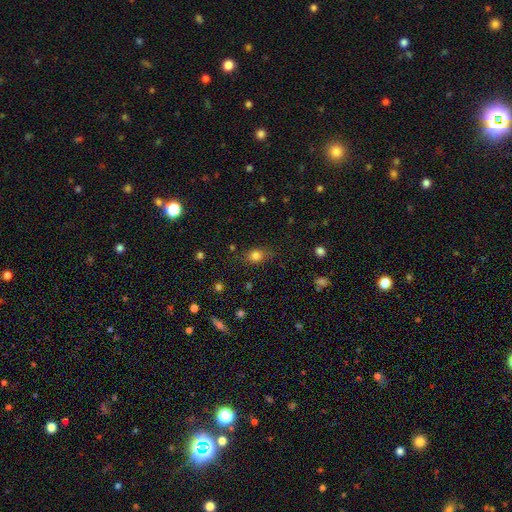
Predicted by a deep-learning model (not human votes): Overall: smooth (80%). How rounded: in between (53%; round 45%). Merging: none (73%).